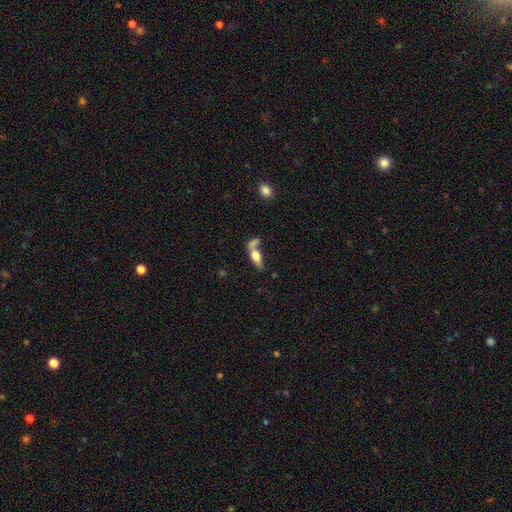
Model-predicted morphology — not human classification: smooth_or_featured: smooth (p=0.54) [alt: featured or disk p=0.38]
how_rounded: in between (p=0.60) [alt: cigar-shaped p=0.35]
merging: none (p=0.40) [tied with: merger p=0.40]